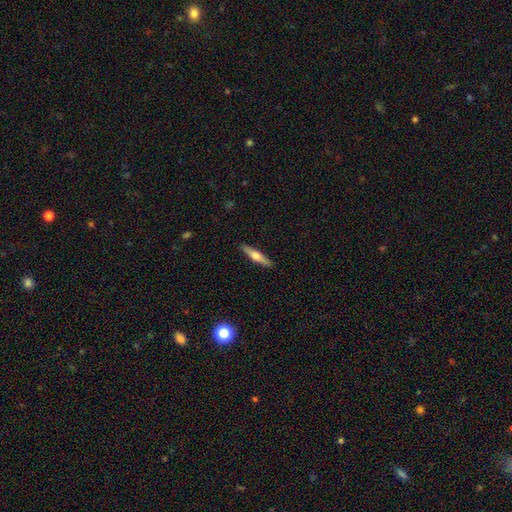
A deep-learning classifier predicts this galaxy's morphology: Smooth or featured? smooth (49%)
Merging? none (91%)